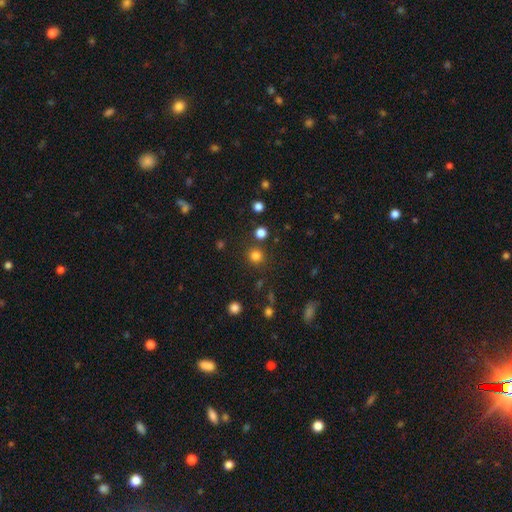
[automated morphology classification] smooth_or_featured: smooth (p=0.80) [alt: star or artifact p=0.15]
how_rounded: round (p=0.93) [alt: in between p=0.06]
merging: none (p=0.85) [alt: minor disturbance p=0.07]